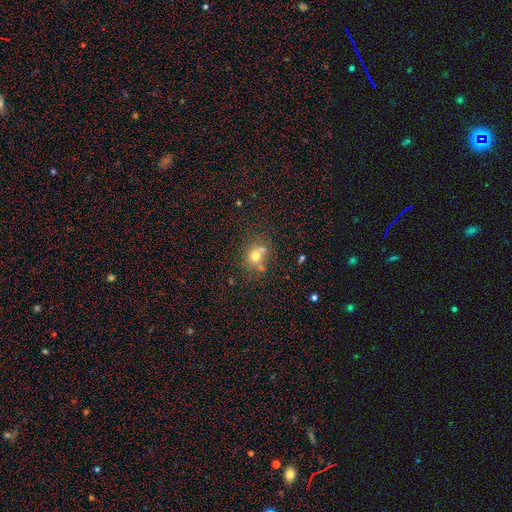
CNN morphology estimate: smooth_or_featured: smooth (p=0.67) [alt: star or artifact p=0.17]
how_rounded: round (p=0.75) [alt: in between p=0.24]
merging: none (p=0.53) [alt: merger p=0.28]